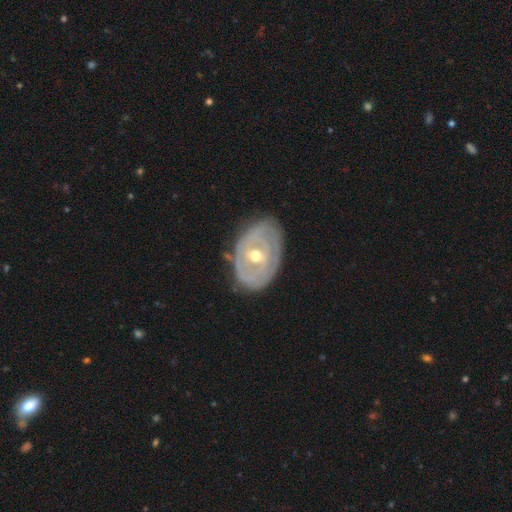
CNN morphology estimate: The model was most divided on "spiral arms": yes: 66%, no: 34%. More confident: edge-on disk — no (95%); smooth or featured — featured or disk (78%); merging — none (70%); bulge size — moderate (69%); bar — no (65%).